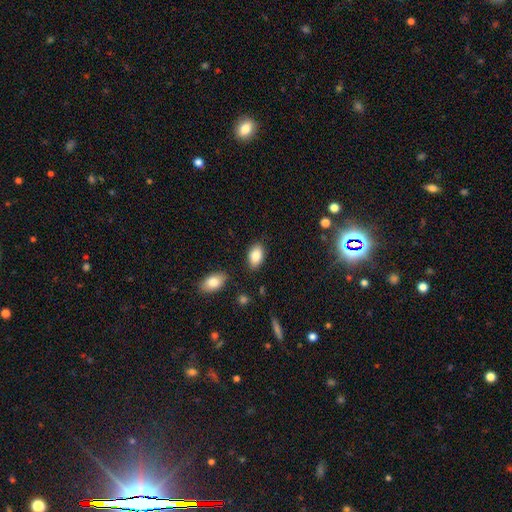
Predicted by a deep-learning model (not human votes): This appears to be a smooth galaxy with no disk features (86%) that is in between round and cigar-shaped (90%). Merging: none (84%).